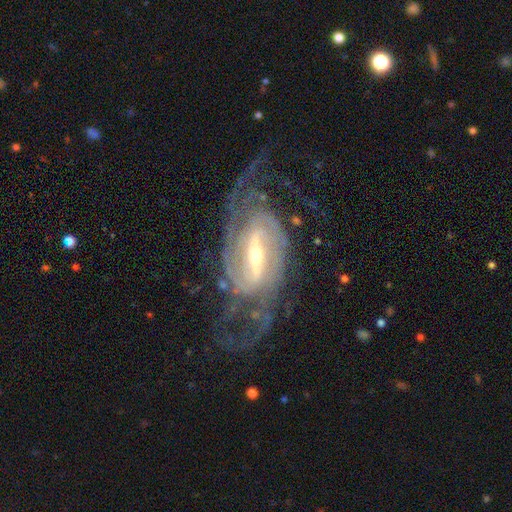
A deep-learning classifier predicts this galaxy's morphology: Smooth or featured? featured or disk (92%)
Edge-on disk? no (95%)
Bar? strong (62%)
Spiral arms? yes (97%)
Spiral winding? medium (44%)
Spiral arm count? 2 (55%)
Bulge size? small (49%)
Merging? none (66%)